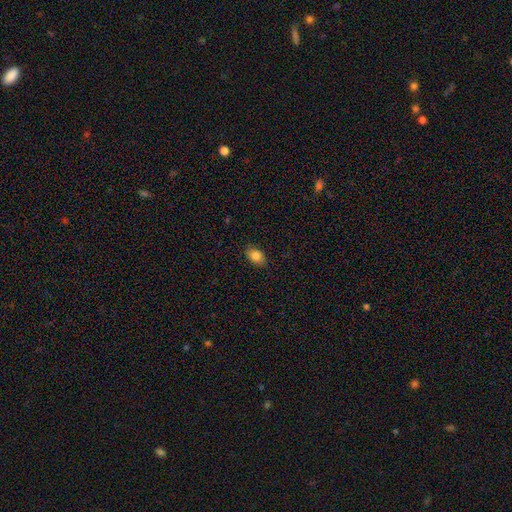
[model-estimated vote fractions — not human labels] The model was most divided on "how rounded": in between: 82%, round: 17%, cigar-shaped: 1%. More confident: merging — none (86%); smooth or featured — smooth (84%).